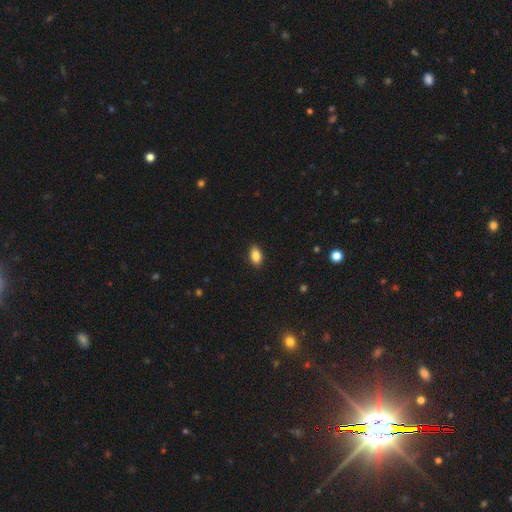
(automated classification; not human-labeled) A smooth galaxy with no disk features (87%) that is in between round and cigar-shaped (91%).

Vote fractions:
- Smooth or featured? smooth: 87% / star or artifact: 8% / featured or disk: 5%
- How rounded? in between: 91% / round: 7% / cigar-shaped: 3%
- Merging? none: 89% / minor disturbance: 8% / major disturbance: 2% / merger: 1%